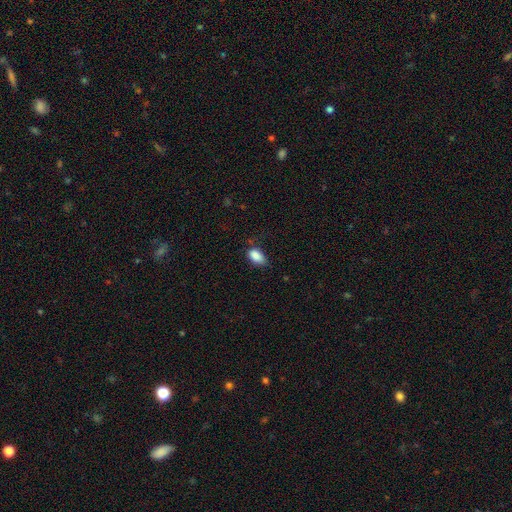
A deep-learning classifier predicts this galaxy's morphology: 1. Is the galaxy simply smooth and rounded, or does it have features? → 86% smooth, 8% star or artifact, 6% featured or disk.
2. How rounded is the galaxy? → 91% in between, 6% round, 3% cigar-shaped.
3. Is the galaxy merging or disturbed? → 58% none, 32% minor disturbance, 8% major disturbance, 2% merger.